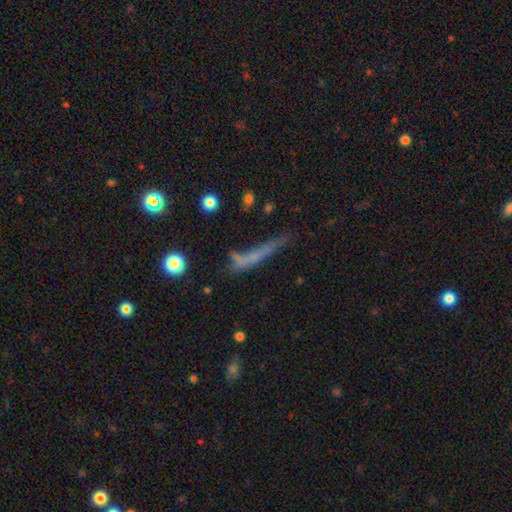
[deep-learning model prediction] Morphology: type=smooth (48%); merging=none (46%).